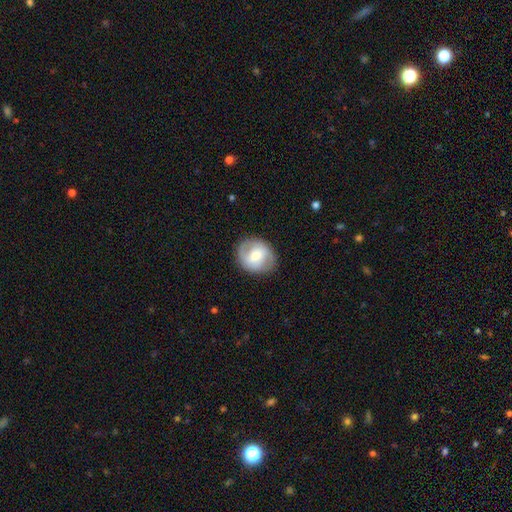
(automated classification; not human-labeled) Q: Smooth or featured?
A: featured or disk (53%); runner-up: smooth (40%)
Q: Edge-on disk?
A: no (96%); runner-up: yes (4%)
Q: Bar?
A: weak (43%); runner-up: no (30%)
Q: Spiral arms?
A: yes (66%); runner-up: no (34%)
Q: Bulge size?
A: moderate (55%); runner-up: small (35%)
Q: Merging?
A: none (83%); runner-up: minor disturbance (12%)